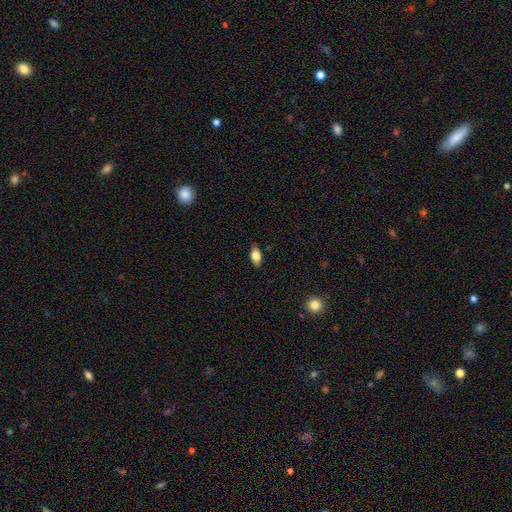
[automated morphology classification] Smooth or featured? smooth (79%)
How rounded? in between (88%)
Merging? none (85%)